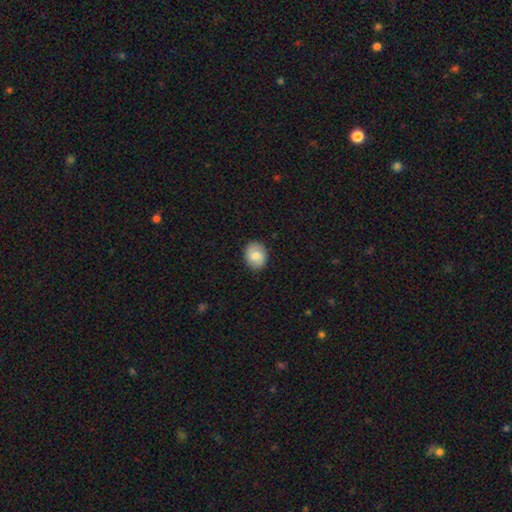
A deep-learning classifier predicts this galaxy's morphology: smooth_or_featured: smooth (p=0.76) [alt: featured or disk p=0.16]
how_rounded: round (p=0.59) [alt: in between p=0.40]
merging: none (p=0.87) [alt: minor disturbance p=0.10]